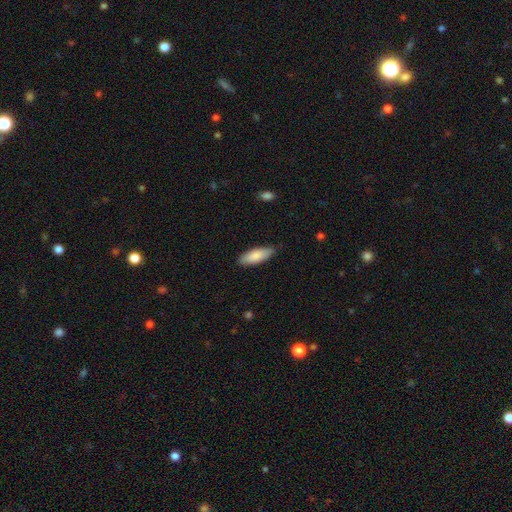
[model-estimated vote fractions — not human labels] This appears to be a smooth galaxy with no disk features (84%) that is in between round and cigar-shaped (67%). Merging: none (83%).